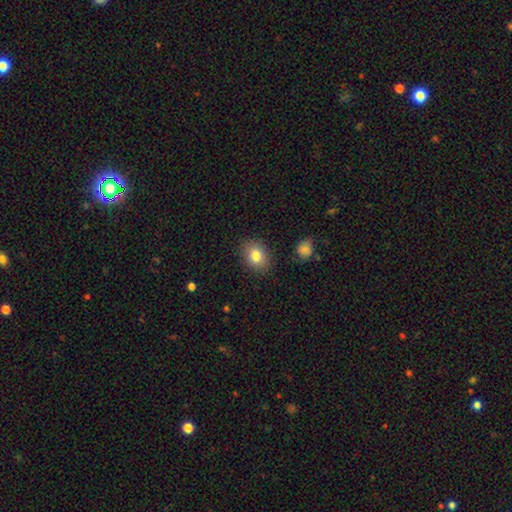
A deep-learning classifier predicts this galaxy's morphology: Smooth or featured?
  - smooth: 82% *
  - star or artifact: 9%
  - featured or disk: 9%
How rounded?
  - in between: 60% *
  - round: 39%
  - cigar-shaped: 1%
Merging?
  - none: 87% *
  - minor disturbance: 9%
  - major disturbance: 3%
  - merger: 1%